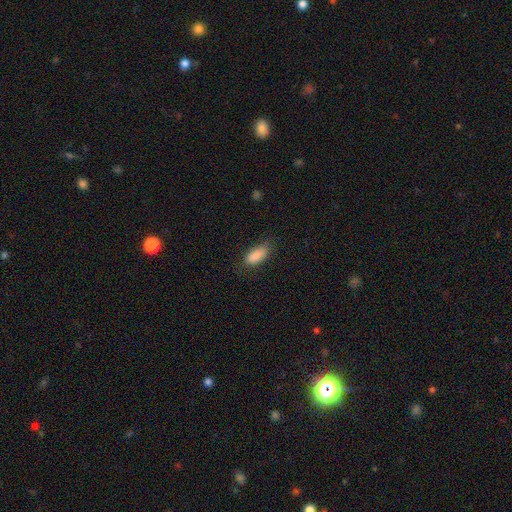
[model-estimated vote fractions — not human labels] The model was most divided on "merging": none: 72%, minor disturbance: 21%, major disturbance: 5%, merger: 1%. More confident: smooth or featured — smooth (88%); how rounded — in between (83%).